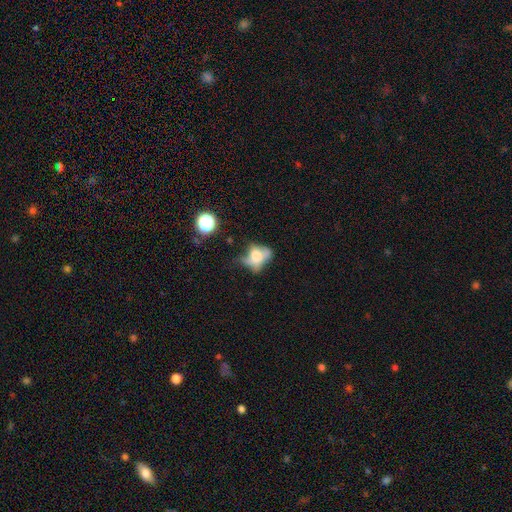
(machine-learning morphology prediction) type=smooth (50%); merging=major disturbance (36%).